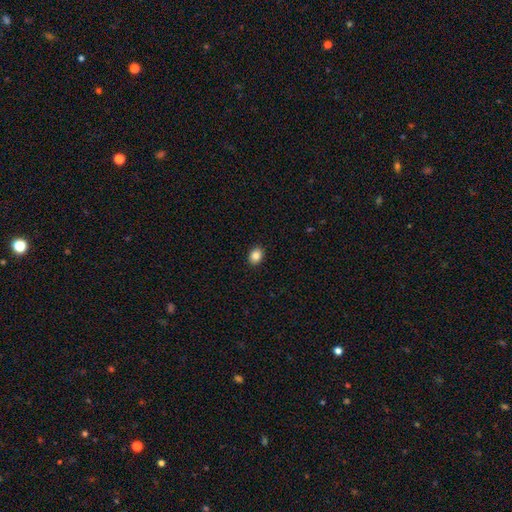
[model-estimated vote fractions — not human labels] This appears to be a smooth galaxy with no disk features (86%) that is in between round and cigar-shaped (60%). Merging: none (91%).